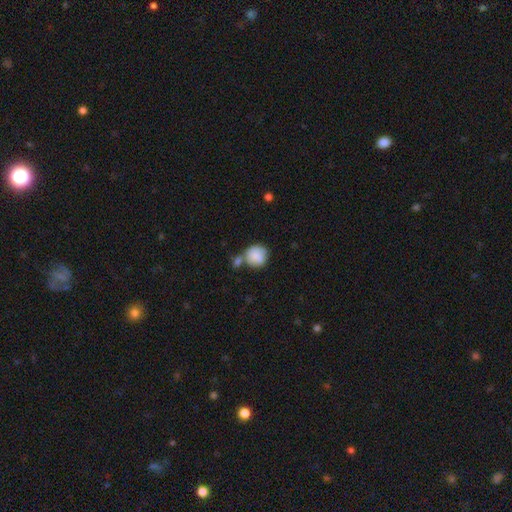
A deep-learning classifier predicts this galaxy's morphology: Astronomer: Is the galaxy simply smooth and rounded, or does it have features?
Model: smooth — 83%.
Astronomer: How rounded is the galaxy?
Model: round — 86%.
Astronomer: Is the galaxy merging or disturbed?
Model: none — 44% (runner-up: merger, 33%).